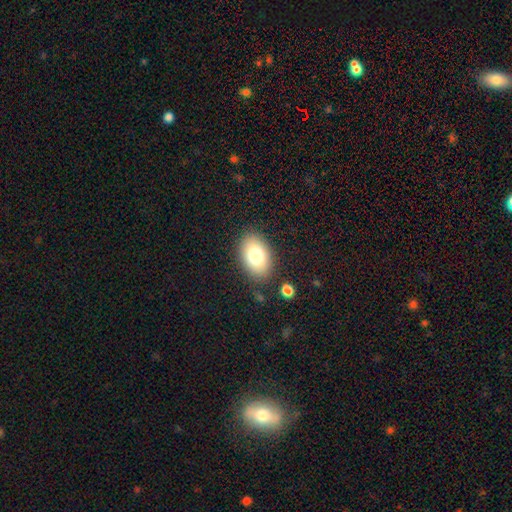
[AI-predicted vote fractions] Q: Smooth or featured?
A: smooth (78%); runner-up: featured or disk (13%)
Q: How rounded?
A: in between (85%); runner-up: round (13%)
Q: Merging?
A: none (85%); runner-up: minor disturbance (10%)